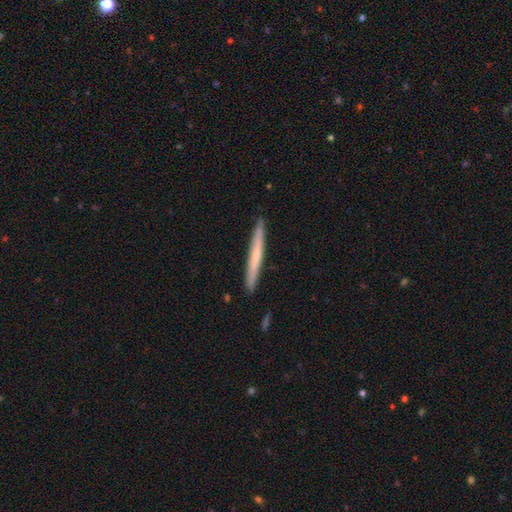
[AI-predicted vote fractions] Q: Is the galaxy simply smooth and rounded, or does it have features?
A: smooth — 56%.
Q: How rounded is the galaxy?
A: cigar-shaped — 97%.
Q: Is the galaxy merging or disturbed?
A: none — 91%.